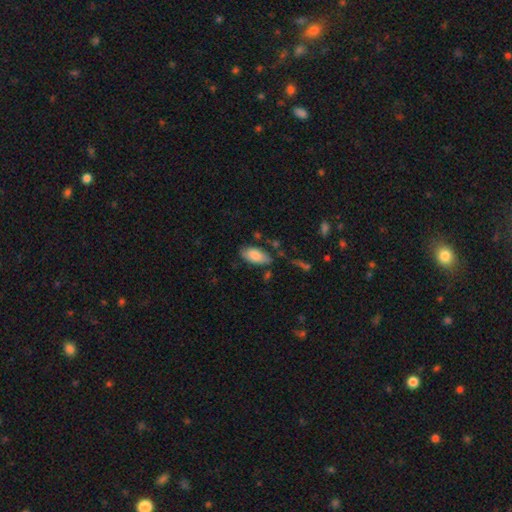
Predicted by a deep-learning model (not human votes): Smooth or featured?
  - smooth: 83% *
  - featured or disk: 10%
  - star or artifact: 7%
How rounded?
  - in between: 92% *
  - cigar-shaped: 6%
  - round: 2%
Merging?
  - none: 69% *
  - minor disturbance: 22%
  - major disturbance: 5%
  - merger: 4%